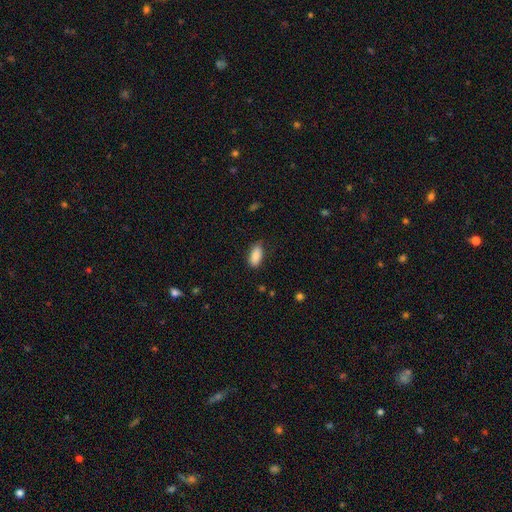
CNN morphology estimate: Q: Smooth or featured?
A: smooth (88%); runner-up: star or artifact (7%)
Q: How rounded?
A: in between (90%); runner-up: cigar-shaped (7%)
Q: Merging?
A: none (75%); runner-up: minor disturbance (20%)